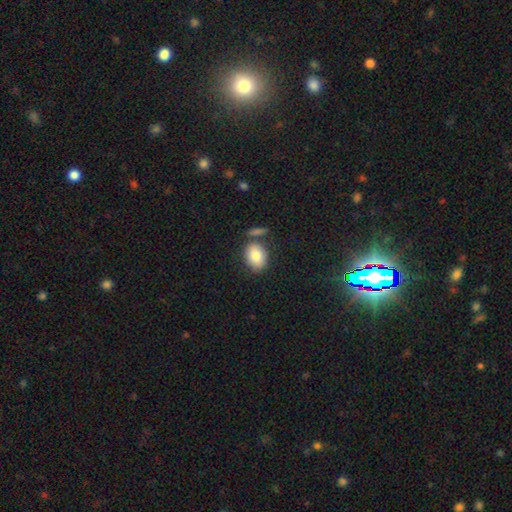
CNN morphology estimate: A smooth galaxy with no disk features (82%) that is in between round and cigar-shaped (62%). Merging: none (67%).